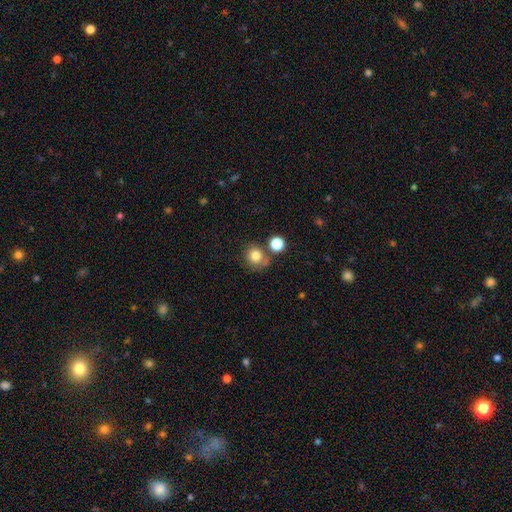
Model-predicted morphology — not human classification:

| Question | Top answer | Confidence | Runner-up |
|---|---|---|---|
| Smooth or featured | smooth | 80% | star or artifact (12%) |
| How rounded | round | 82% | in between (17%) |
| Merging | none | 64% | merger (18%) |